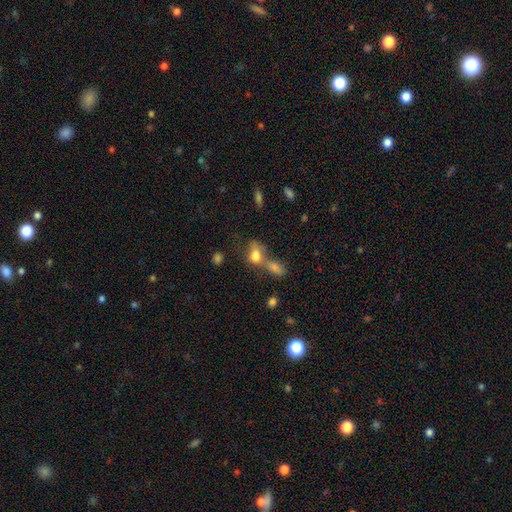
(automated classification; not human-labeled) Overall: smooth (72%). How rounded: in between (66%; round 30%). Merging: merger (59%; none 22%).